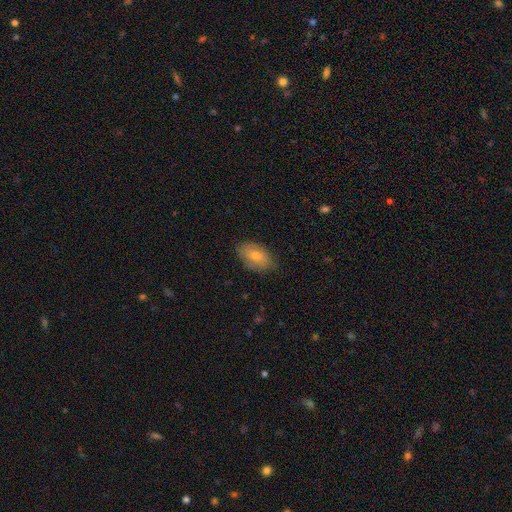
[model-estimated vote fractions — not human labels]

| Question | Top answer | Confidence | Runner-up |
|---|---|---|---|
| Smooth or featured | smooth | 72% | featured or disk (20%) |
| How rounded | in between | 92% | round (6%) |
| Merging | none | 83% | minor disturbance (14%) |